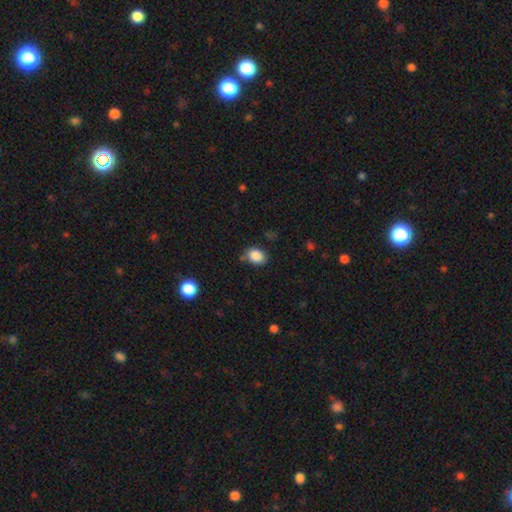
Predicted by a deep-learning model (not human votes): Overall: smooth (87%). How rounded: in between (63%; round 36%). Merging: none (74%).